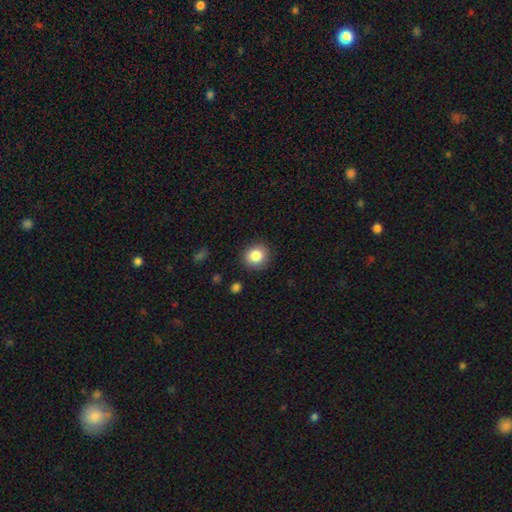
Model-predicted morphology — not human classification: This is clearly a smooth galaxy (85%). How rounded: clearly round (86%). Merging: clearly none (89%).